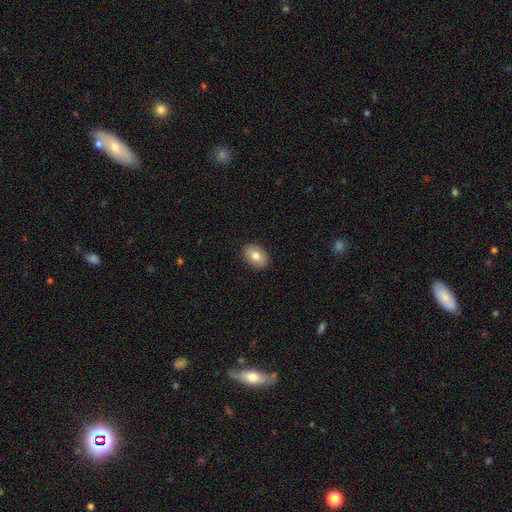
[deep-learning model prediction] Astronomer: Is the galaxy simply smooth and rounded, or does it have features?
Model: smooth — 78%.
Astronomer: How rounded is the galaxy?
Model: in between — 79%.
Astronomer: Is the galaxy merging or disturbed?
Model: none — 90%.